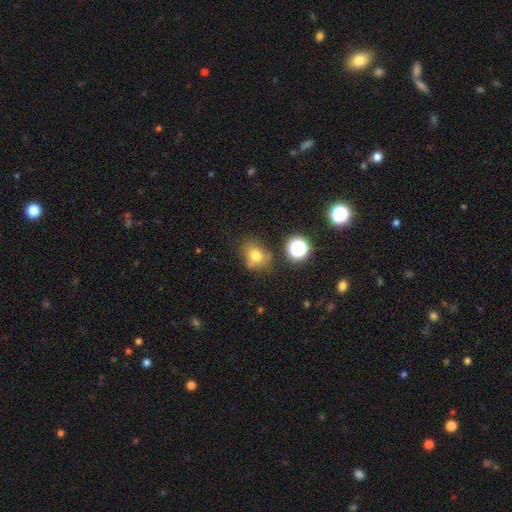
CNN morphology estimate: The model was most divided on "how rounded": round: 52%, in between: 47%, cigar-shaped: 1%. More confident: smooth or featured — smooth (71%); merging — none (64%).